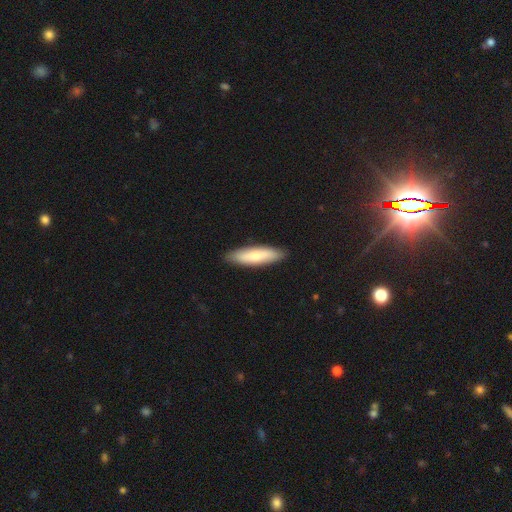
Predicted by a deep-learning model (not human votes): Overall: smooth (71%). How rounded: cigar-shaped (65%; in between 33%). Merging: none (89%).